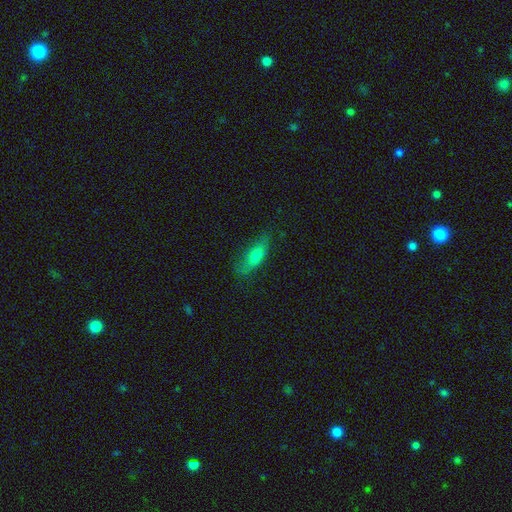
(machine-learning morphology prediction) Overall: smooth (68%). How rounded: in between (58%; cigar-shaped 38%). Merging: none (69%).